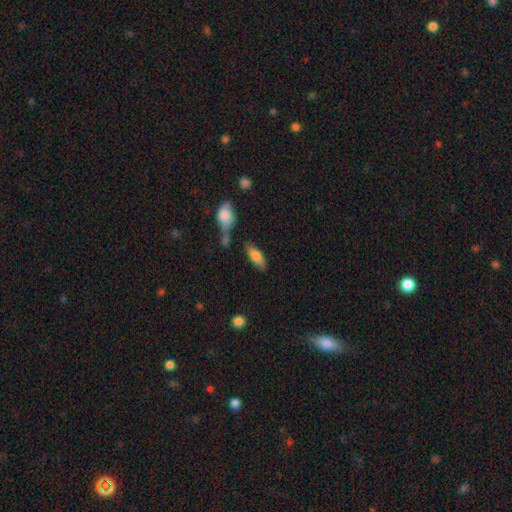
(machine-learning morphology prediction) The model was most divided on "how rounded": in between: 71%, cigar-shaped: 25%, round: 3%. More confident: smooth or featured — smooth (74%); merging — none (66%).